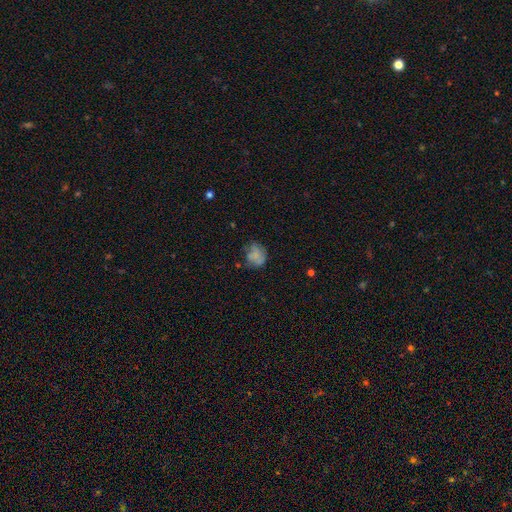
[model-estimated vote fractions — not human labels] Overall: smooth (59%; featured or disk 28%). How rounded: round (63%; in between 36%). Merging: none (52%; minor disturbance 27%).